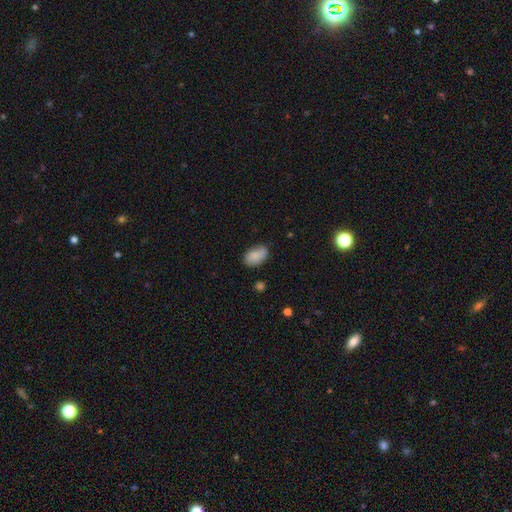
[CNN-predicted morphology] Smooth or featured?
  - smooth: 83% *
  - featured or disk: 9%
  - star or artifact: 8%
How rounded?
  - in between: 90% *
  - round: 8%
  - cigar-shaped: 2%
Merging?
  - none: 69% *
  - minor disturbance: 24%
  - major disturbance: 5%
  - merger: 3%